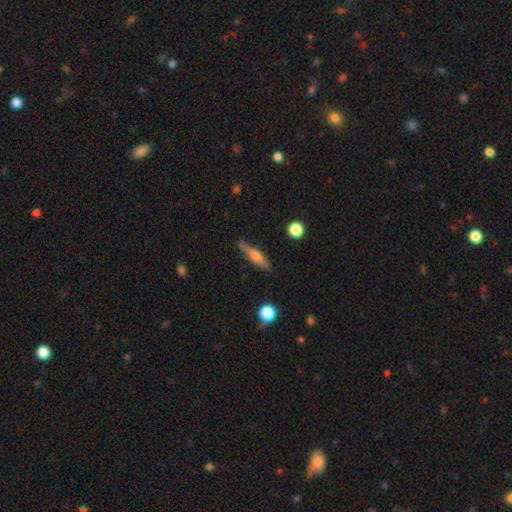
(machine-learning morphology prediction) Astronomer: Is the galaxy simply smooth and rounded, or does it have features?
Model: featured or disk — 52% (runner-up: smooth, 41%).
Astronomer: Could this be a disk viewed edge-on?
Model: yes — 95%.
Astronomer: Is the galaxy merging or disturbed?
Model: none — 86%.